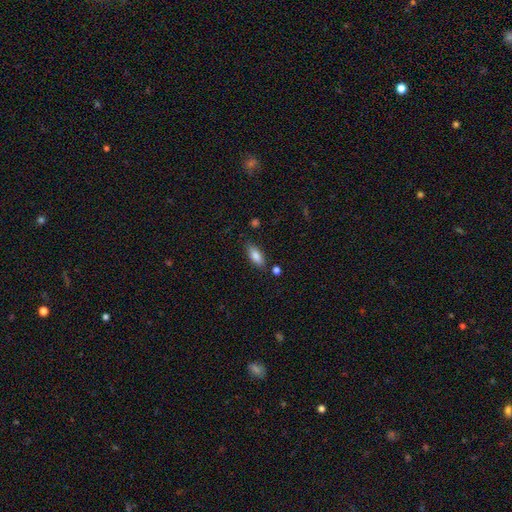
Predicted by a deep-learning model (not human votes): smooth_or_featured: smooth (p=0.82) [alt: featured or disk p=0.11]
how_rounded: in between (p=0.78) [alt: cigar-shaped p=0.19]
merging: none (p=0.80) [alt: minor disturbance p=0.13]